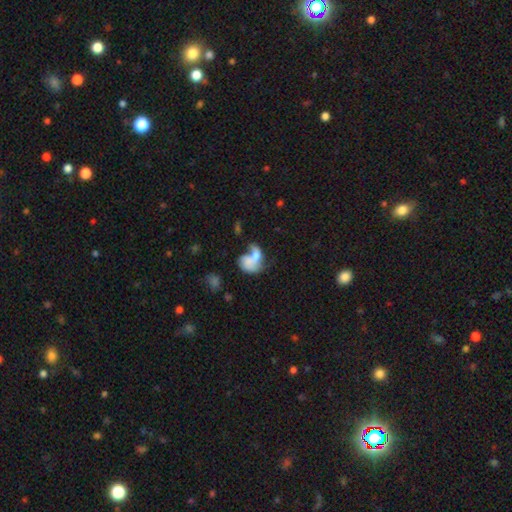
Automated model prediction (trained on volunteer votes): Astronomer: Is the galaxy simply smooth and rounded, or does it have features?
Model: smooth — 61%.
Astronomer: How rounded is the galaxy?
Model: in between — 68%.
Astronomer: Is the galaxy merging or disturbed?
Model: merger — 60%.